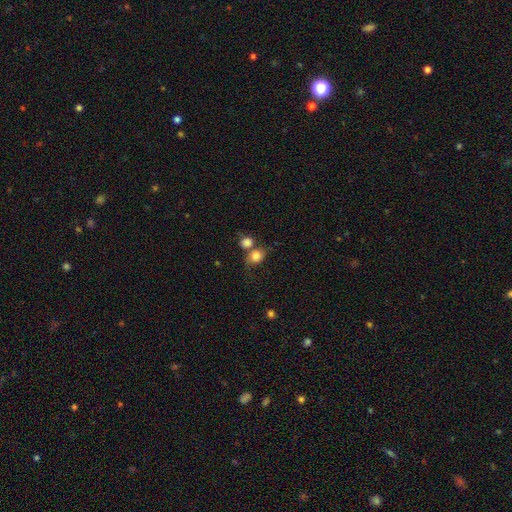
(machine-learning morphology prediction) A smooth galaxy with no disk features (81%) that is round (63%). Merging: merger (43%).